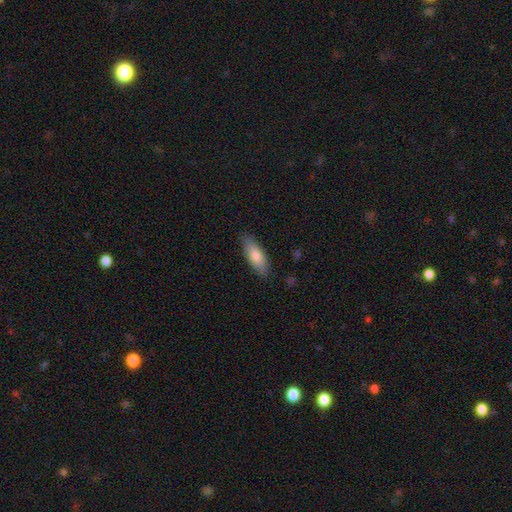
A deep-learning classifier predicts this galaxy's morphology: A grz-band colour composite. It shows a smooth galaxy with no disk features (75%) that is in between round and cigar-shaped (62%). Merging: none (85%).